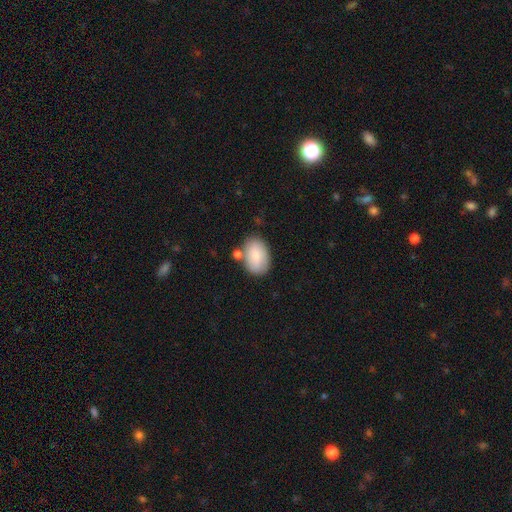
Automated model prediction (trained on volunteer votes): Smooth or featured?
  - smooth: 79% *
  - featured or disk: 14%
  - star or artifact: 6%
How rounded?
  - in between: 89% *
  - round: 10%
  - cigar-shaped: 1%
Merging?
  - none: 68% *
  - minor disturbance: 17%
  - merger: 11%
  - major disturbance: 4%